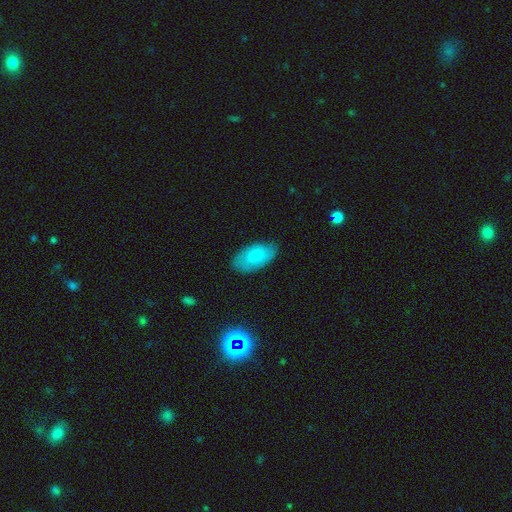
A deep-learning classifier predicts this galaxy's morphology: Smooth or featured? Predicted: smooth (p=0.77). How rounded? Predicted: in between (p=0.95). Merging? Predicted: none (p=0.78).